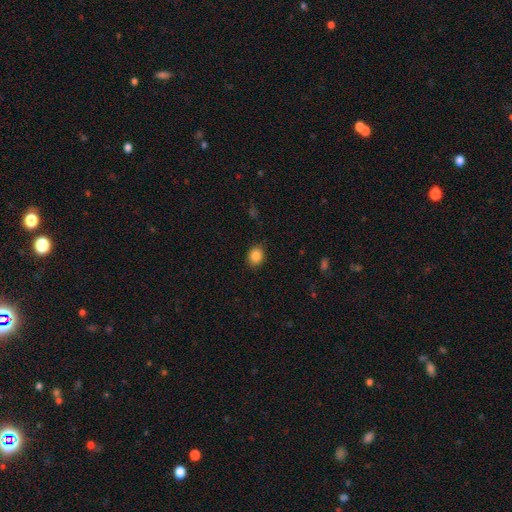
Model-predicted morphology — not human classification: Overall: smooth (86%). How rounded: round (51%; in between 48%). Merging: none (87%).